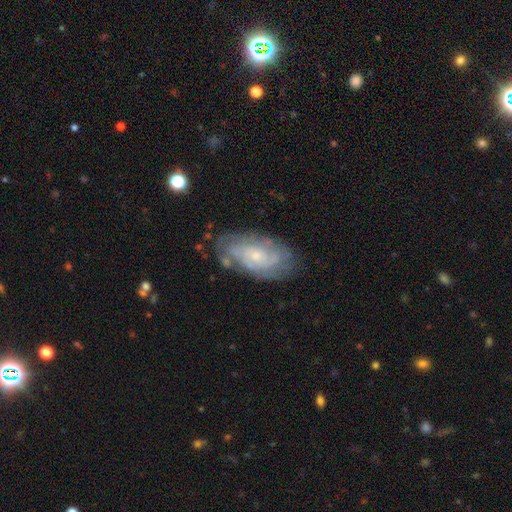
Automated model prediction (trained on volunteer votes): A featured or disk galaxy (74%) with no bar (71%), tight (64%) spiral arms (90%) and a small central bulge (68%). Merging: none (72%).